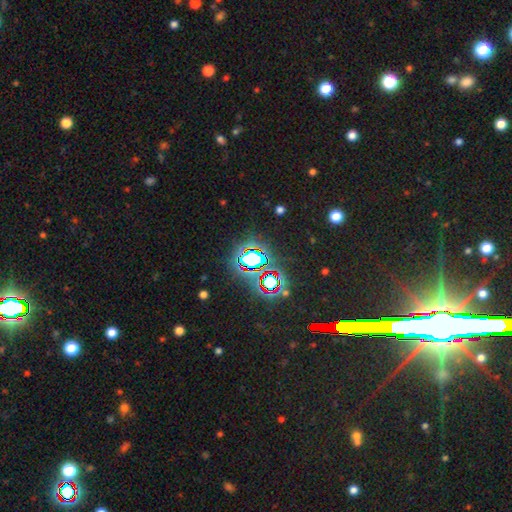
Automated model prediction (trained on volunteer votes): smooth_or_featured: star or artifact (p=0.77) [alt: smooth p=0.13]